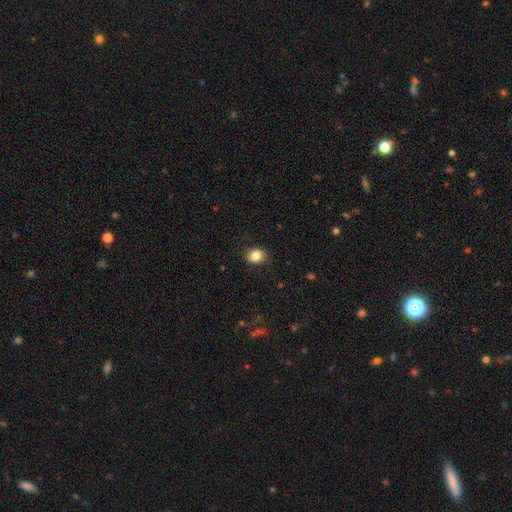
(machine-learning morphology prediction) smooth-or-featured: smooth: 84% | star or artifact: 10% | featured or disk: 6%
  how-rounded: round: 53% | in between: 46% | cigar-shaped: 1%
  merging: none: 87% | minor disturbance: 10% | major disturbance: 2% | merger: 1%